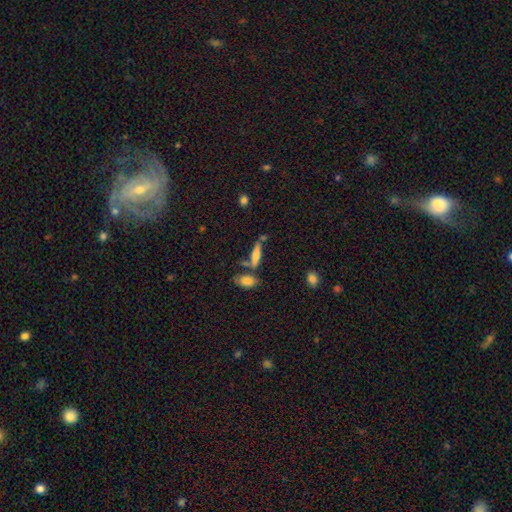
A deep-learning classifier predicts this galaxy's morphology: This appears to be a smooth galaxy with no disk features (61%) that is cigar-shaped (71%). Merging: none (59%).